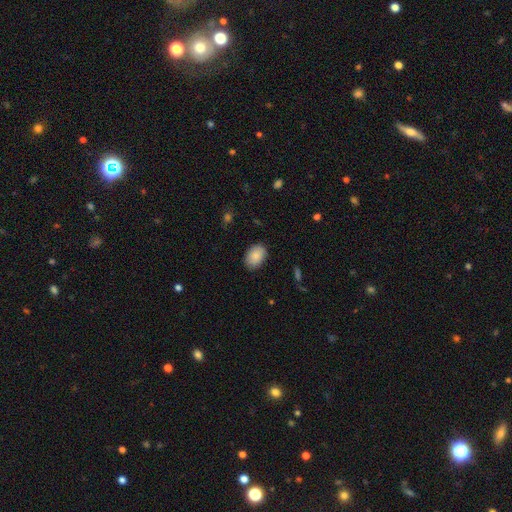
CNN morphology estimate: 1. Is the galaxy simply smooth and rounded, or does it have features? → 88% smooth, 7% star or artifact, 6% featured or disk.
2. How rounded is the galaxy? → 85% in between, 14% round, 1% cigar-shaped.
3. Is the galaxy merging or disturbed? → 86% none, 11% minor disturbance, 2% major disturbance, 1% merger.